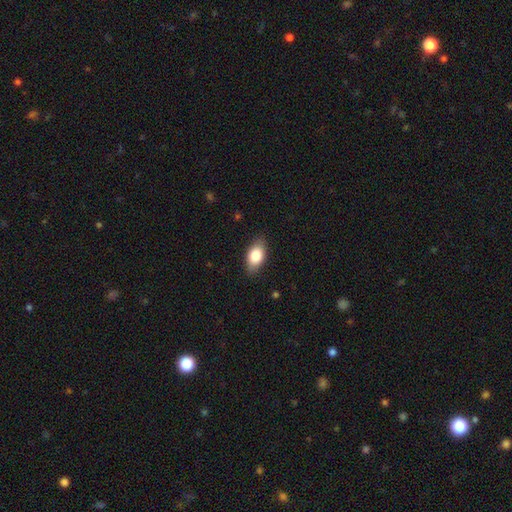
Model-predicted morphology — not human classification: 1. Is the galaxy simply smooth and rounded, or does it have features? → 81% smooth, 12% featured or disk, 7% star or artifact.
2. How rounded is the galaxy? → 90% in between, 6% round, 4% cigar-shaped.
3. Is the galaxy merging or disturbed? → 85% none, 12% minor disturbance, 2% major disturbance, 1% merger.